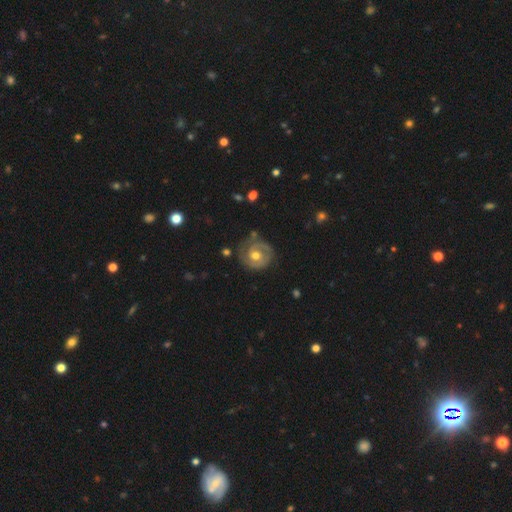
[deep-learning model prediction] Smooth or featured: featured or disk — 78% (smooth — 17%)
Edge-on disk: no — 98% (yes — 2%)
Bar: no — 62% (weak — 32%)
Spiral arms: yes — 89% (no — 11%)
Spiral winding: tight — 63% (medium — 29%)
Spiral arm count: 2 — 65% (1 — 16%)
Bulge size: moderate — 77% (small — 16%)
Merging: none — 72% (minor disturbance — 18%)